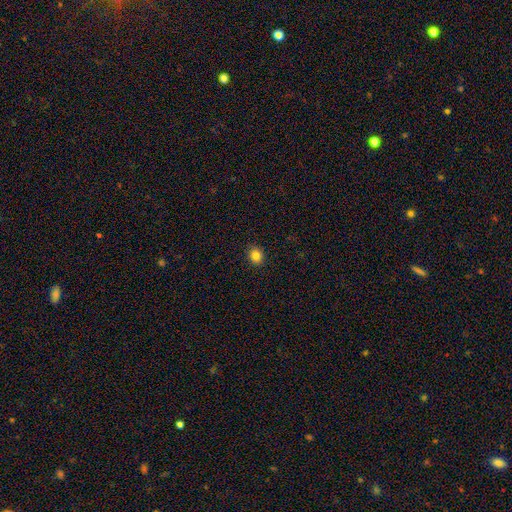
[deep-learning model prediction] smooth 83%, star or artifact 11%, featured or disk 5%. Down the decision tree: how rounded — round (70%); merging — none (91%).